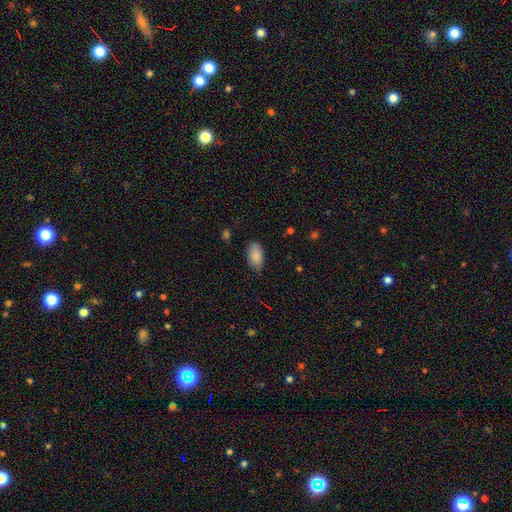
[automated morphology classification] A smooth galaxy with no disk features (87%) that is in between round and cigar-shaped (94%). Merging: none (81%).